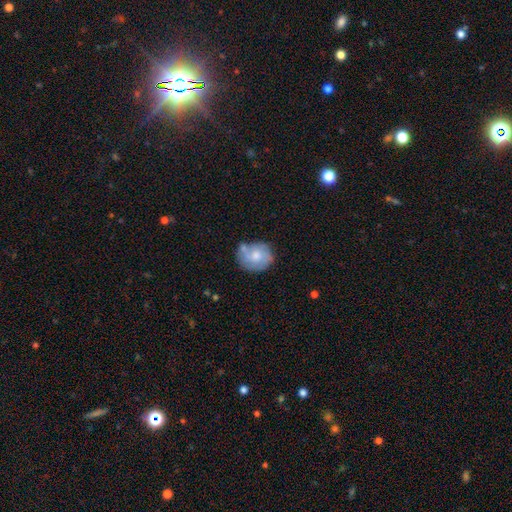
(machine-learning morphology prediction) Smooth or featured? Predicted: smooth (p=0.50). How rounded? Predicted: round (p=0.71). Merging? Predicted: none (p=0.55).